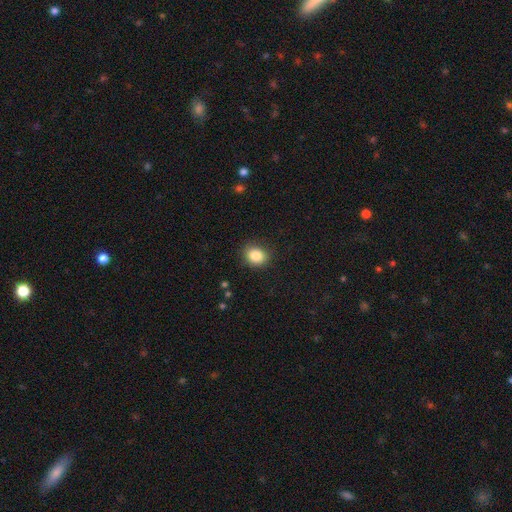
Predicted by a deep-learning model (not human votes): Smooth or featured: smooth — 85% (star or artifact — 10%)
How rounded: round — 67% (in between — 32%)
Merging: none — 86% (minor disturbance — 10%)